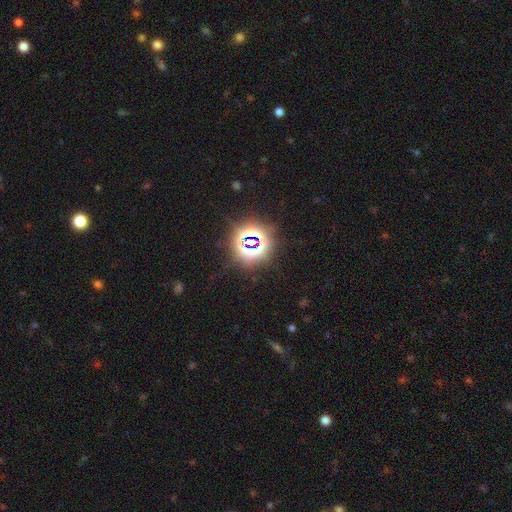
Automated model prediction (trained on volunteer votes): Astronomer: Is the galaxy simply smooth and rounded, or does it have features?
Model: star or artifact — 79%.